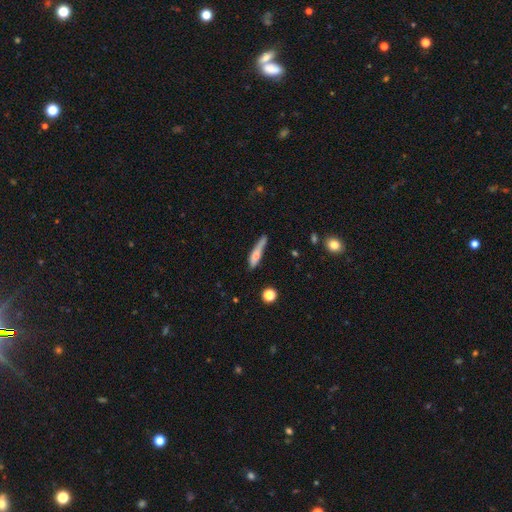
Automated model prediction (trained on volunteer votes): Morphology: type=smooth (58%); roundness=cigar-shaped (81%); merging=none (51%).